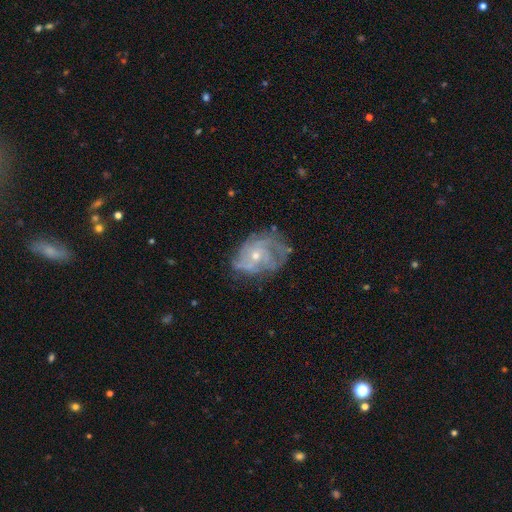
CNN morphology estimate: A featured or disk galaxy (81%) with no bar (76%), tight (49%) spiral arms (88%) and a small central bulge (55%). Merging: none (56%).